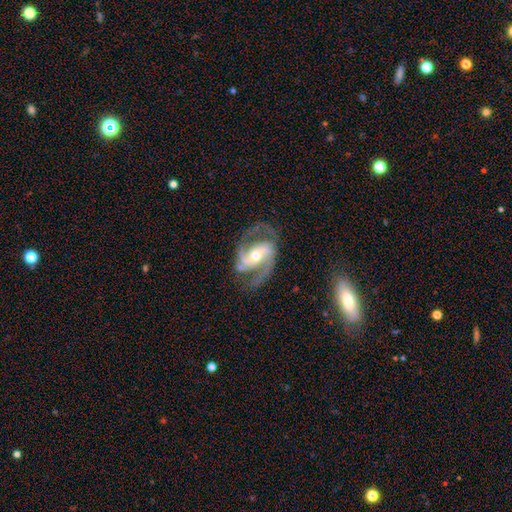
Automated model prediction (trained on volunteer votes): The model was most divided on "bar": strong: 37%, weak: 35%, no: 28%. More confident: spiral arms — yes (98%); edge-on disk — no (97%); smooth or featured — featured or disk (91%); spiral arm count — 2 (84%); merging — none (72%); spiral winding — medium (59%); bulge size — moderate (54%).